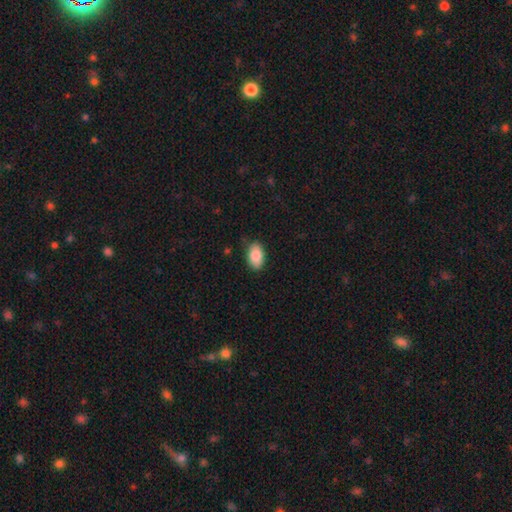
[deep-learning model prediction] Smooth or featured? smooth (86%)
How rounded? in between (93%)
Merging? none (83%)